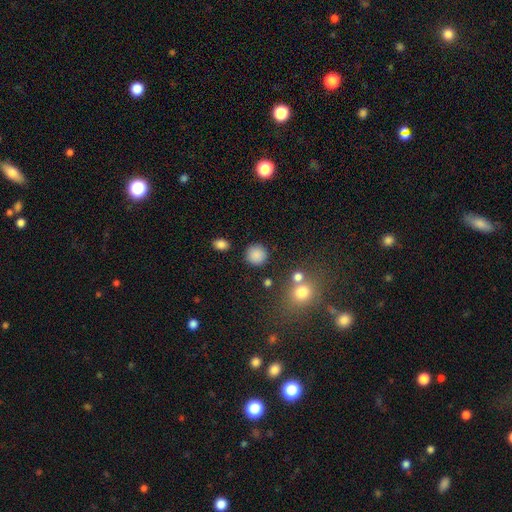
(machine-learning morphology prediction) Smooth or featured: smooth — 86% (star or artifact — 10%)
How rounded: round — 93% (in between — 6%)
Merging: none — 87% (minor disturbance — 7%)